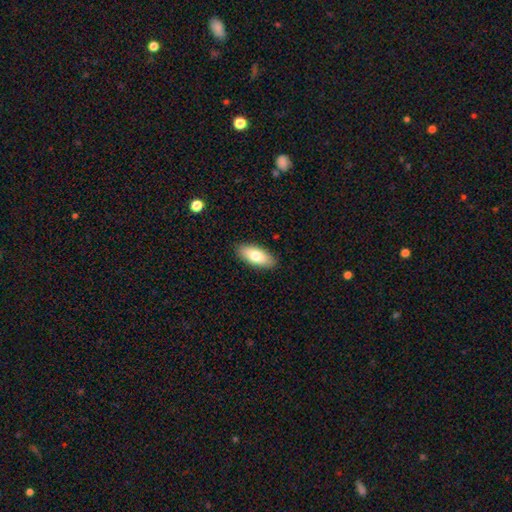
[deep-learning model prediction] Q: Smooth or featured?
A: smooth (76%); runner-up: featured or disk (18%)
Q: How rounded?
A: in between (83%); runner-up: cigar-shaped (15%)
Q: Merging?
A: none (89%); runner-up: minor disturbance (8%)